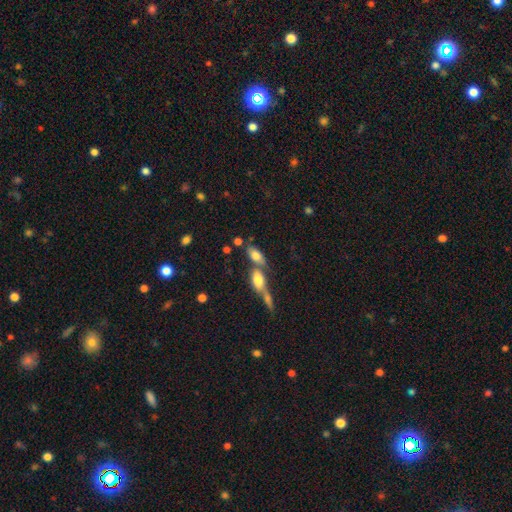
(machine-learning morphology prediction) Smooth or featured?
  - smooth: 74% *
  - featured or disk: 17%
  - star or artifact: 9%
How rounded?
  - in between: 84% *
  - cigar-shaped: 11%
  - round: 5%
Merging?
  - merger: 44% *
  - none: 41%
  - minor disturbance: 10%
  - major disturbance: 5%